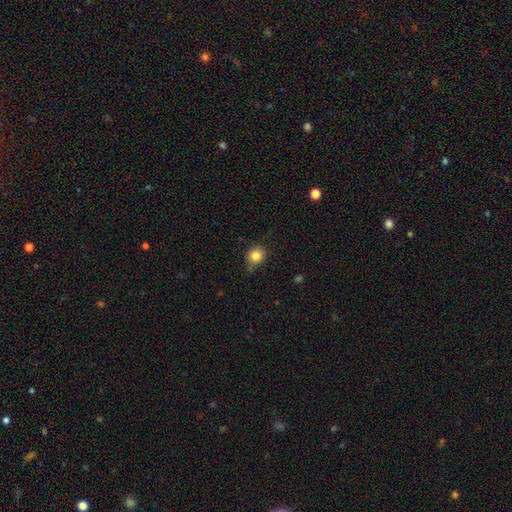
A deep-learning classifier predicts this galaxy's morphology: Smooth or featured? smooth (83%)
How rounded? round (72%)
Merging? none (67%)